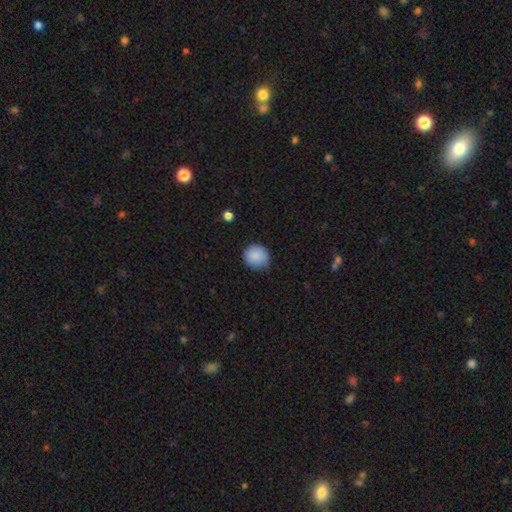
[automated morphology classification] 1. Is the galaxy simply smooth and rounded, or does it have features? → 88% smooth, 8% star or artifact, 4% featured or disk.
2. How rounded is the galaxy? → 82% round, 17% in between, 1% cigar-shaped.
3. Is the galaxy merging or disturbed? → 76% none, 20% minor disturbance, 3% major disturbance, 1% merger.